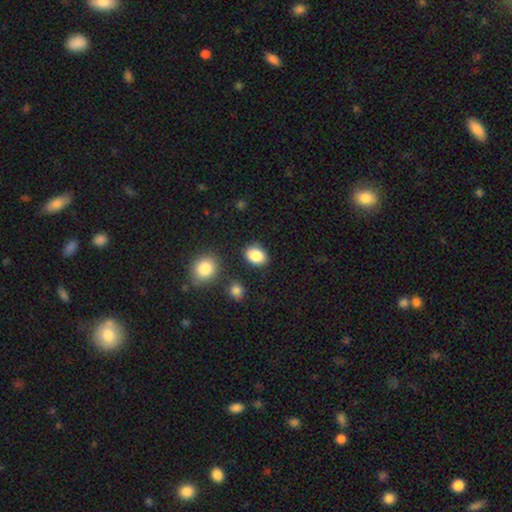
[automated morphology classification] smooth 87%, star or artifact 8%, featured or disk 5%. Down the decision tree: how rounded — in between (67%); merging — none (83%).